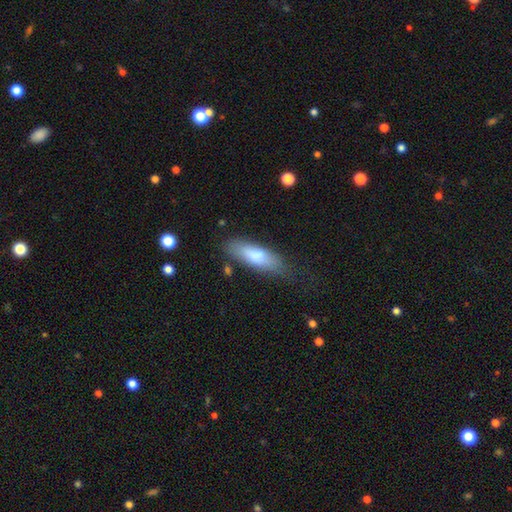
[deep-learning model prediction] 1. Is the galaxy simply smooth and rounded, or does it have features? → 79% smooth, 15% featured or disk, 6% star or artifact.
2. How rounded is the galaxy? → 57% in between, 41% cigar-shaped, 2% round.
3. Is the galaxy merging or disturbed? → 69% none, 21% minor disturbance, 7% major disturbance, 3% merger.